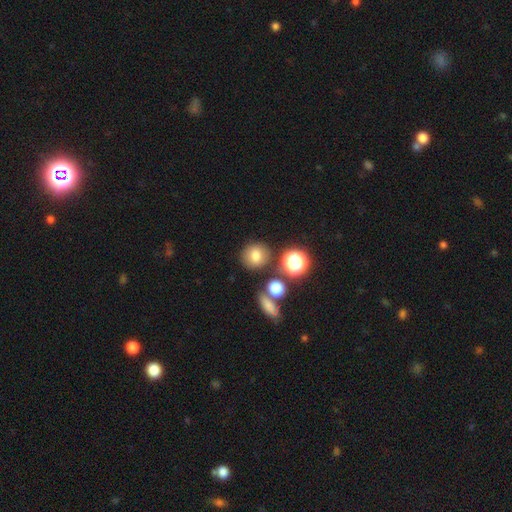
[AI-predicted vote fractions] Morphology: type=smooth (76%); roundness=round (84%); merging=none (79%).